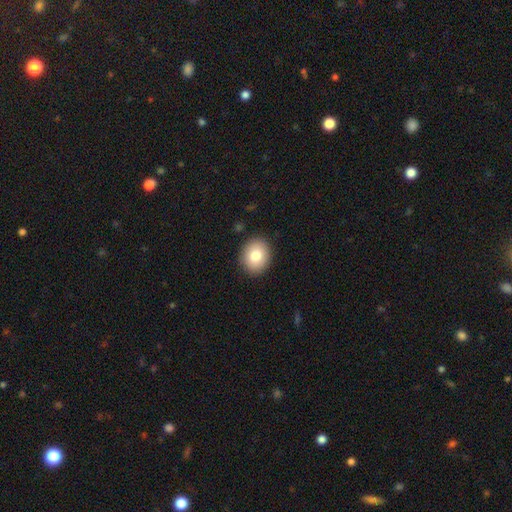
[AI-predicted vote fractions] smooth-or-featured: smooth: 80% | featured or disk: 11% | star or artifact: 9%
  how-rounded: round: 58% | in between: 41% | cigar-shaped: 1%
  merging: none: 90% | minor disturbance: 7% | major disturbance: 2% | merger: 1%